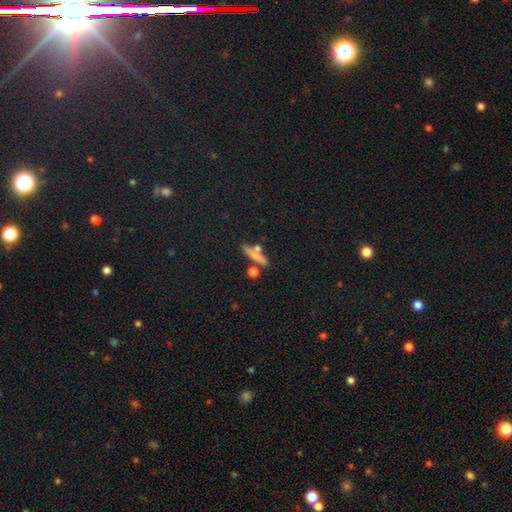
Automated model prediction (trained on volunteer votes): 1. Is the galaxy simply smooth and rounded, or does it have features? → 62% smooth, 26% featured or disk, 12% star or artifact.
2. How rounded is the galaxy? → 77% cigar-shaped, 16% in between, 7% round.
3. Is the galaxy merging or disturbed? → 65% none, 17% merger, 13% minor disturbance, 5% major disturbance.